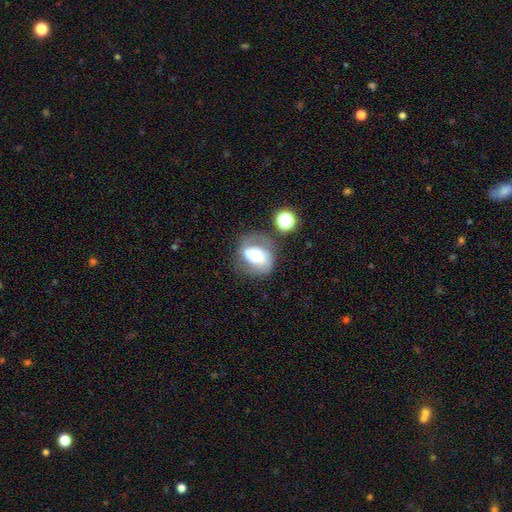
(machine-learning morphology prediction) Smooth or featured? featured or disk (52%)
Edge-on disk? no (95%)
Merging? none (59%)